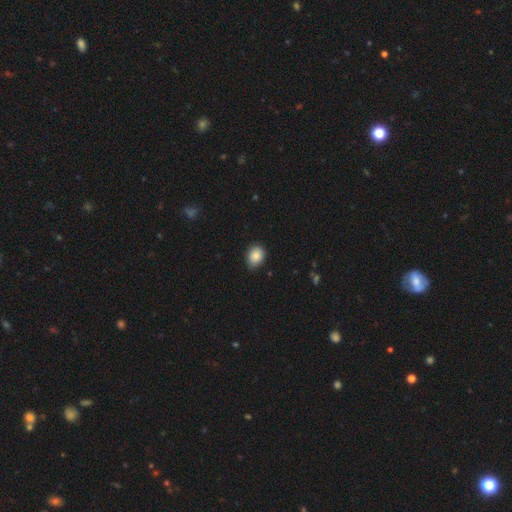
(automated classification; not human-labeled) Morphology: type=smooth (86%); roundness=in between (58%); merging=none (77%).